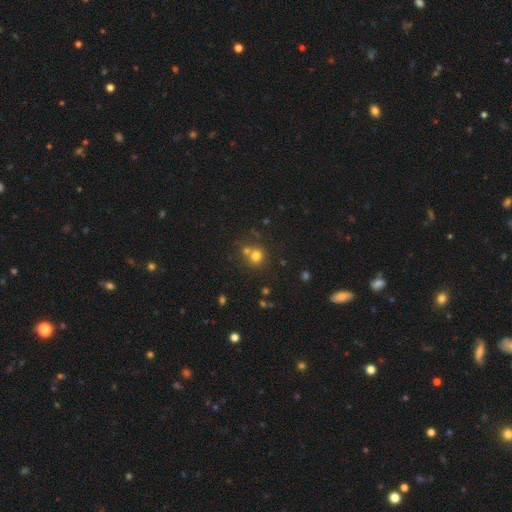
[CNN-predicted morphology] smooth-or-featured: smooth: 72% | star or artifact: 17% | featured or disk: 11%
  how-rounded: round: 86% | in between: 14% | cigar-shaped: 1%
  merging: none: 55% | merger: 33% | minor disturbance: 8% | major disturbance: 4%